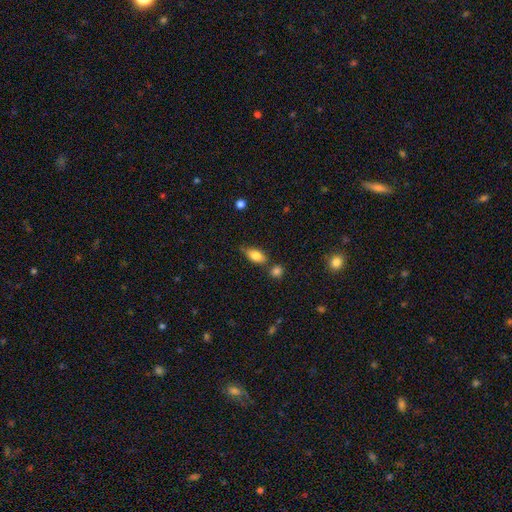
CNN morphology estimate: A smooth galaxy with no disk features (79%) that is in between round and cigar-shaped (87%). Merging: none (64%).